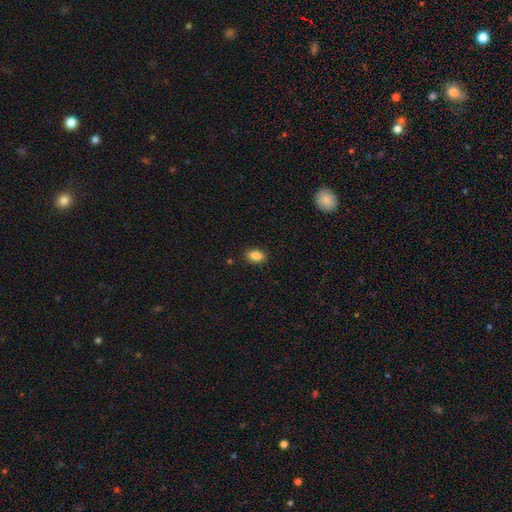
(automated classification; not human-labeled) Morphology: type=smooth (85%); roundness=in between (87%); merging=none (88%).